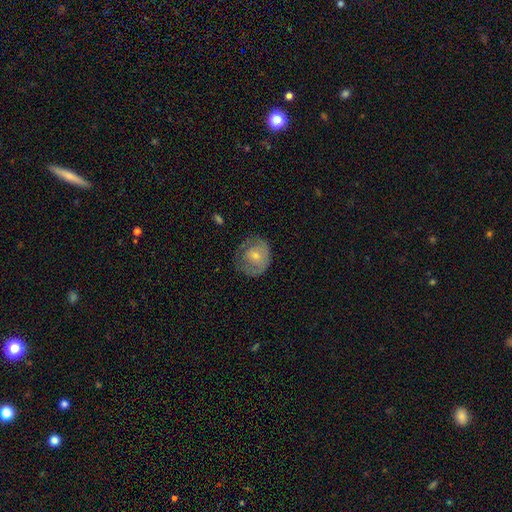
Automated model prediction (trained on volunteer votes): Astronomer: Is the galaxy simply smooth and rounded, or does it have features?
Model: featured or disk — 47% (runner-up: smooth, 45%).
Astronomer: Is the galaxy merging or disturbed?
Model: none — 61%.